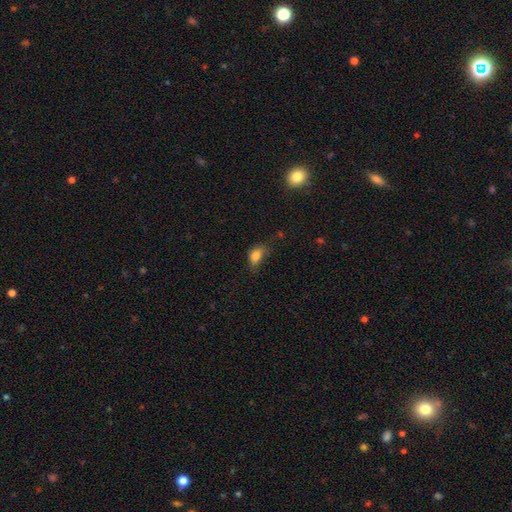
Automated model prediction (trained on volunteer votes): smooth 82%, star or artifact 10%, featured or disk 8%. Down the decision tree: how rounded — in between (79%); merging — none (44%).